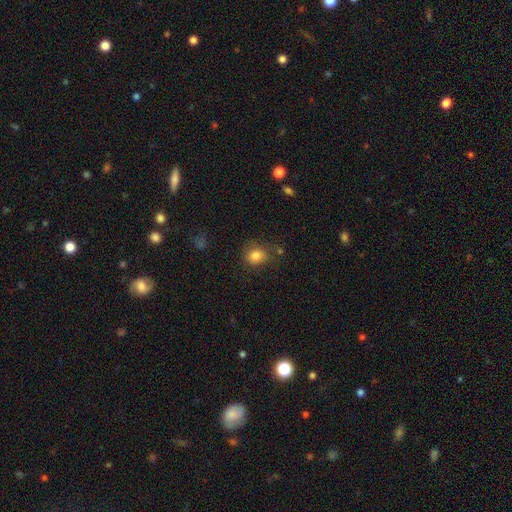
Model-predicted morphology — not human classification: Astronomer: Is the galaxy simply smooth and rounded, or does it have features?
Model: smooth — 83%.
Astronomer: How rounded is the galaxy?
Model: round — 68%.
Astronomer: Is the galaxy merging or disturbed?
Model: none — 70%.